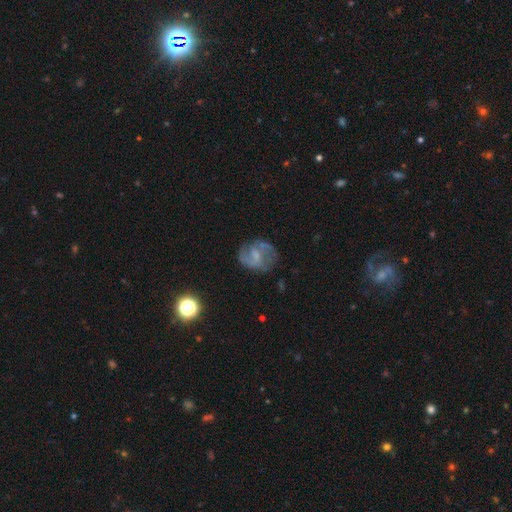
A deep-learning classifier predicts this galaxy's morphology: Smooth or featured: featured or disk — 68% (smooth — 23%)
Edge-on disk: no — 97% (yes — 3%)
Bar: weak — 51% (no — 33%)
Spiral arms: yes — 82% (no — 18%)
Spiral winding: medium — 47% (loose — 33%)
Spiral arm count: 2 — 69% (can't tell — 17%)
Bulge size: none — 38% (small — 34%)
Merging: none — 65% (minor disturbance — 20%)